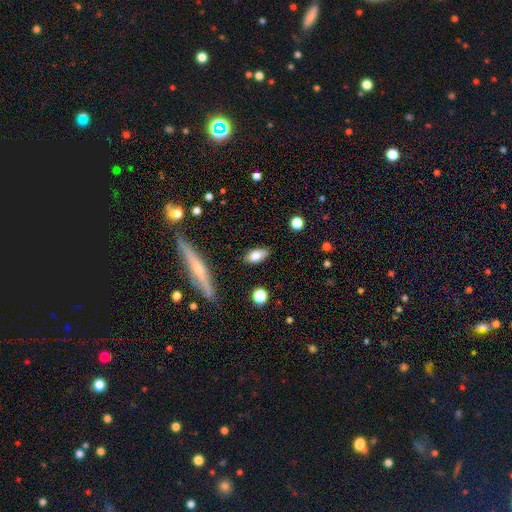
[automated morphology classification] smooth_or_featured: smooth (p=0.76) [alt: featured or disk p=0.16]
how_rounded: in between (p=0.85) [alt: cigar-shaped p=0.11]
merging: none (p=0.82) [alt: minor disturbance p=0.13]